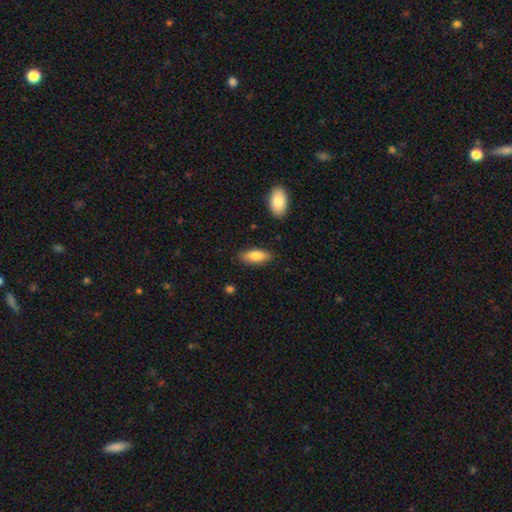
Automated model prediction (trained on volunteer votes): Smooth or featured: smooth — 81% (featured or disk — 13%)
How rounded: in between — 77% (cigar-shaped — 21%)
Merging: none — 84% (minor disturbance — 12%)